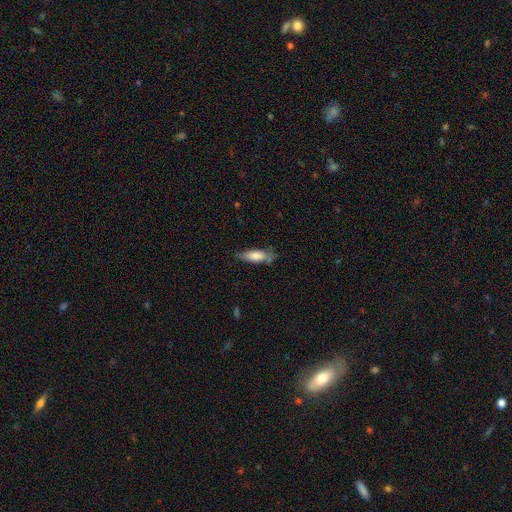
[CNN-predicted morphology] smooth-or-featured: smooth: 74% | featured or disk: 19% | star or artifact: 7%
  how-rounded: in between: 58% | cigar-shaped: 40% | round: 2%
  merging: none: 59% | minor disturbance: 29% | major disturbance: 8% | merger: 4%